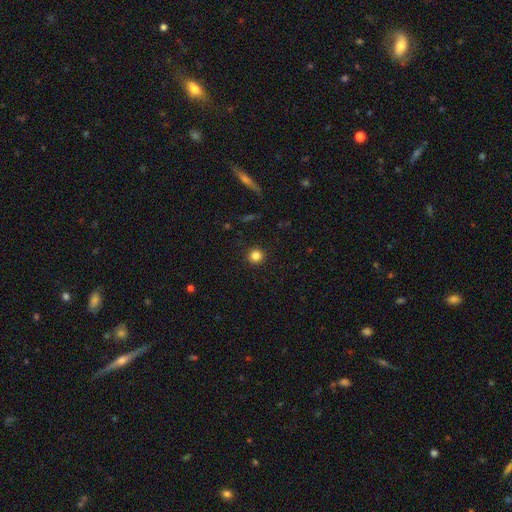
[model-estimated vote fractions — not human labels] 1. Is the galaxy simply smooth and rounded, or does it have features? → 83% smooth, 12% star or artifact, 5% featured or disk.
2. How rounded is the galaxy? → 94% round, 5% in between, 1% cigar-shaped.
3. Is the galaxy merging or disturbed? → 93% none, 5% minor disturbance, 2% major disturbance, 1% merger.